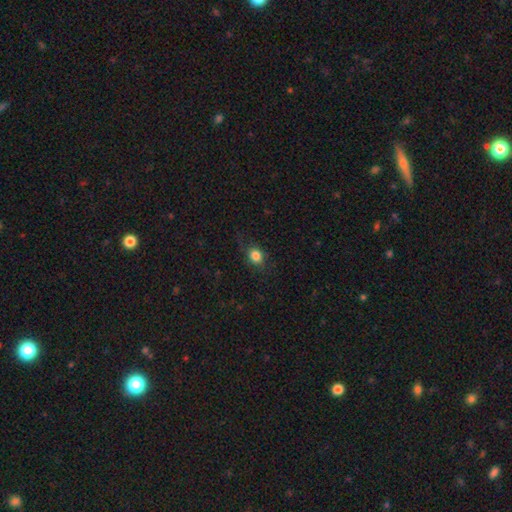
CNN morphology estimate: Smooth or featured? smooth (83%)
How rounded? round (58%)
Merging? none (76%)